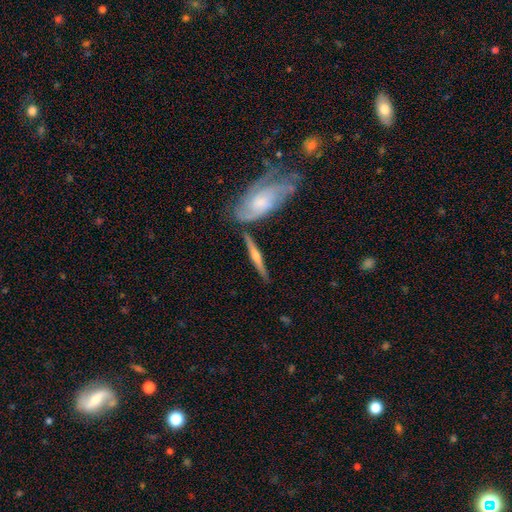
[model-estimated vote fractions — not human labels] This appears to be a featured or disk galaxy (68%) viewed edge-on (91%) with a rounded central bulge (81%). Merging: none (75%).